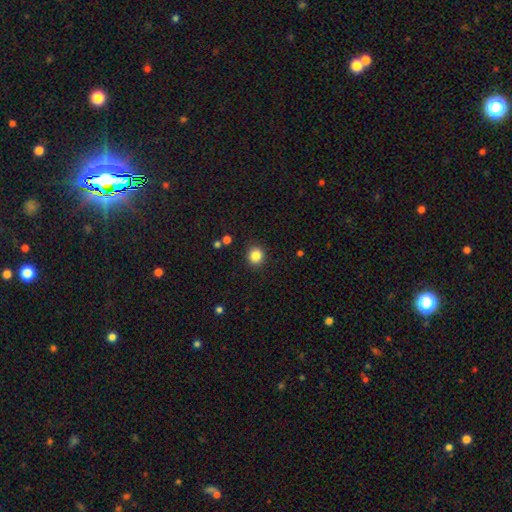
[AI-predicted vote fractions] This appears to be a smooth galaxy with no disk features (85%) that is round (88%). Merging: none (90%).